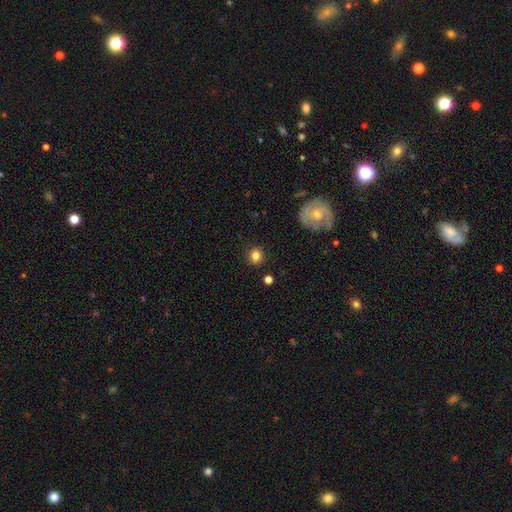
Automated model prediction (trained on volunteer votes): A smooth galaxy with no disk features (81%) that is round (80%).

Vote fractions:
- Smooth or featured? smooth: 81% / star or artifact: 11% / featured or disk: 8%
- How rounded? round: 80% / in between: 19% / cigar-shaped: 1%
- Merging? none: 88% / minor disturbance: 8% / major disturbance: 2% / merger: 2%